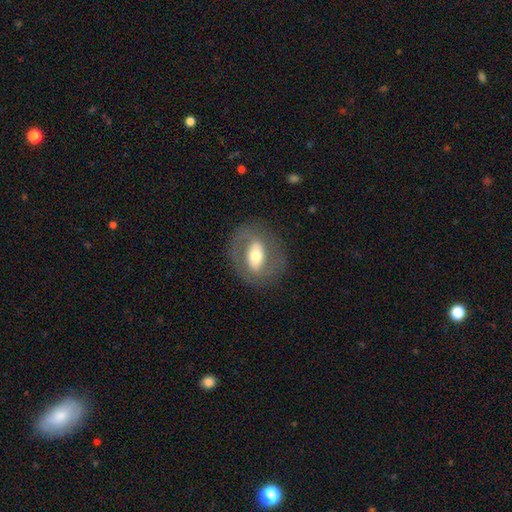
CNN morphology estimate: This is possibly a featured or disk galaxy (60%). It is clearly not viewed edge-on (91%). Bar: marginally strong (41%). Spiral arm pattern: possibly no (55%). Central bulge: likely moderate (61%). Merging: likely none (78%).